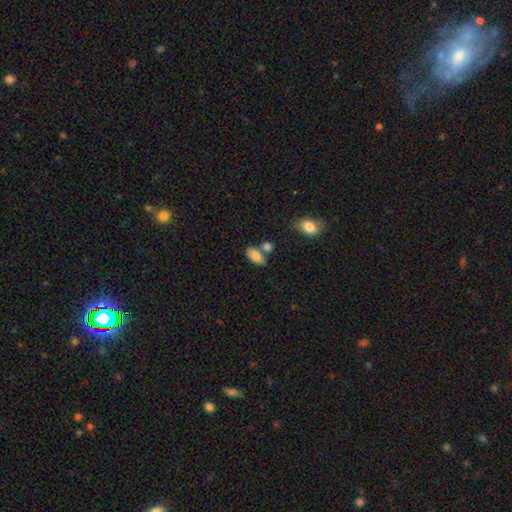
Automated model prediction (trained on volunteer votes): Smooth or featured: smooth — 82% (featured or disk — 10%)
How rounded: in between — 91% (round — 6%)
Merging: none — 59% (merger — 24%)